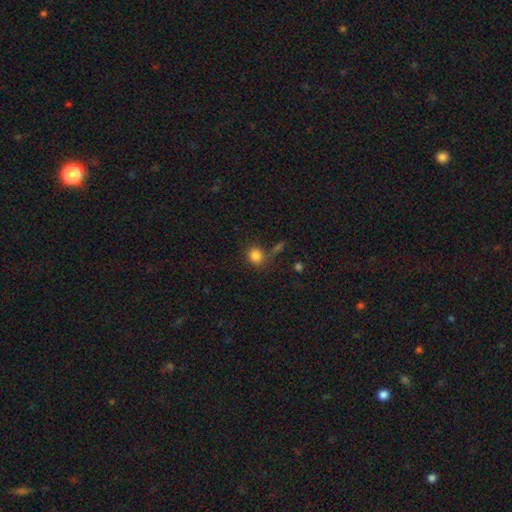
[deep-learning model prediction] This is clearly a smooth galaxy (83%). How rounded: clearly round (82%). Merging: likely none (69%).